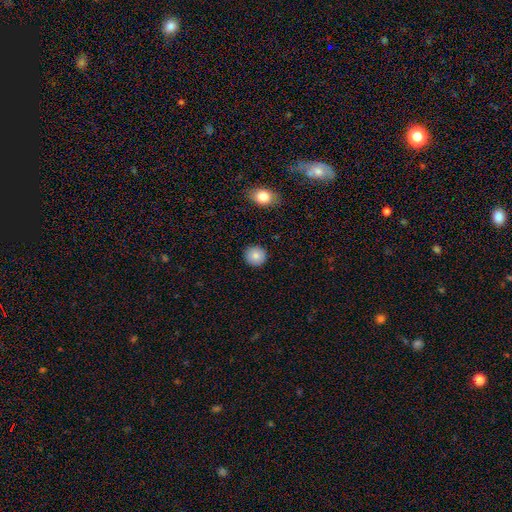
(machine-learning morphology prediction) smooth_or_featured: smooth (p=0.85) [alt: star or artifact p=0.08]
how_rounded: round (p=0.93) [alt: in between p=0.06]
merging: none (p=0.91) [alt: minor disturbance p=0.06]